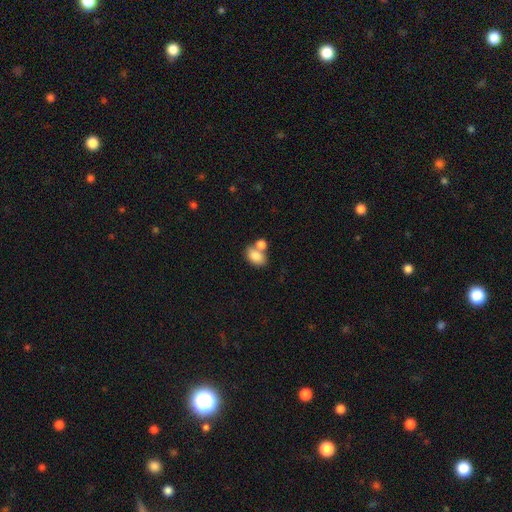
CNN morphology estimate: type=smooth (82%); roundness=in between (84%); merging=merger (43%).